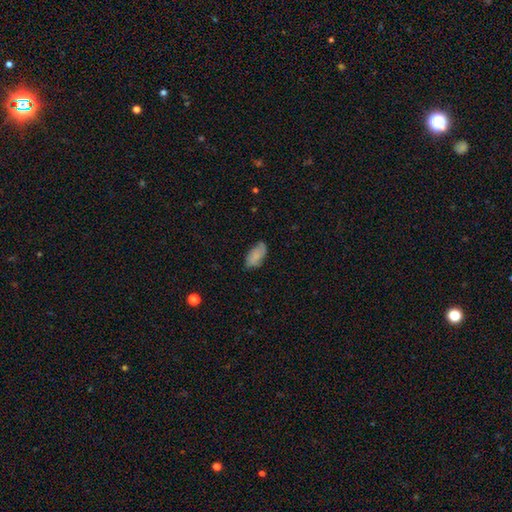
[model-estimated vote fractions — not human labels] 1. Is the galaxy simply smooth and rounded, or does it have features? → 76% smooth, 17% featured or disk, 8% star or artifact.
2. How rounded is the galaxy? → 93% in between, 4% cigar-shaped, 3% round.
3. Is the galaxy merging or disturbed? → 67% none, 26% minor disturbance, 6% major disturbance, 2% merger.